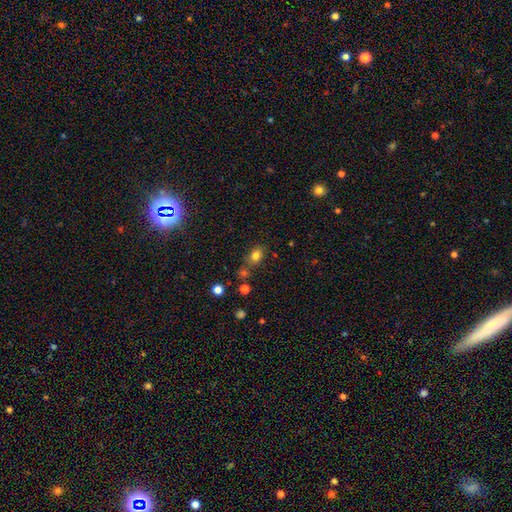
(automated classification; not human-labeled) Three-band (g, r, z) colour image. It shows a smooth galaxy with no disk features (79%) that is in between round and cigar-shaped (58%). Merging: none (66%).